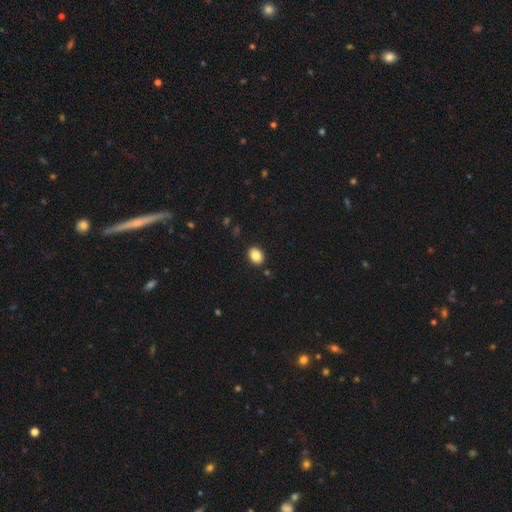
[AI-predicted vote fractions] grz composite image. It shows a smooth galaxy with no disk features (86%) that is in between round and cigar-shaped (65%). Merging: none (89%).